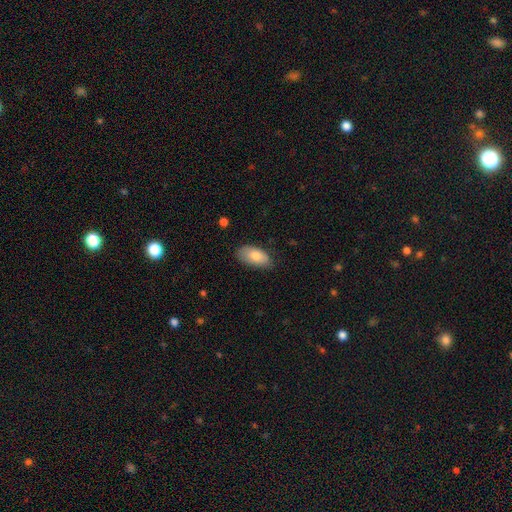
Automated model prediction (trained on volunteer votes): Smooth or featured?
  - smooth: 80% *
  - featured or disk: 14%
  - star or artifact: 7%
How rounded?
  - in between: 94% *
  - cigar-shaped: 3%
  - round: 3%
Merging?
  - none: 70% *
  - minor disturbance: 24%
  - major disturbance: 4%
  - merger: 1%